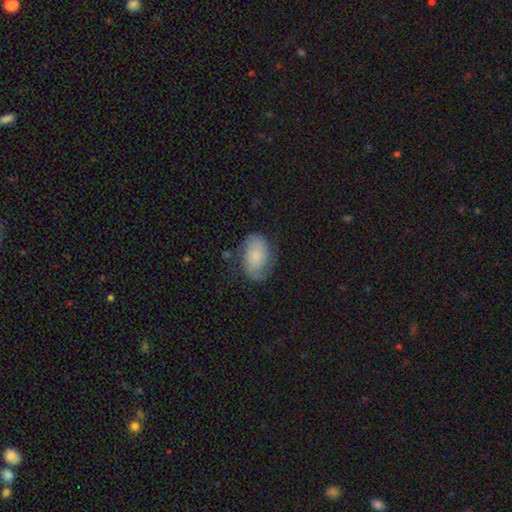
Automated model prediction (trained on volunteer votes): This is possibly a featured or disk galaxy (50%). Merging: likely none (67%).